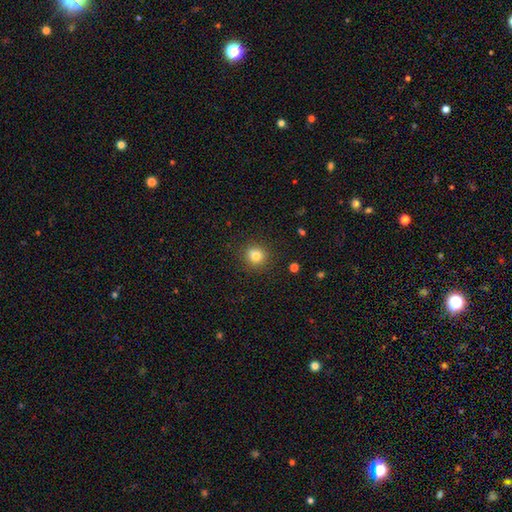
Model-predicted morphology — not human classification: Smooth or featured?
  - smooth: 83% *
  - star or artifact: 11%
  - featured or disk: 6%
How rounded?
  - round: 83% *
  - in between: 16%
  - cigar-shaped: 1%
Merging?
  - none: 88% *
  - minor disturbance: 8%
  - major disturbance: 3%
  - merger: 1%